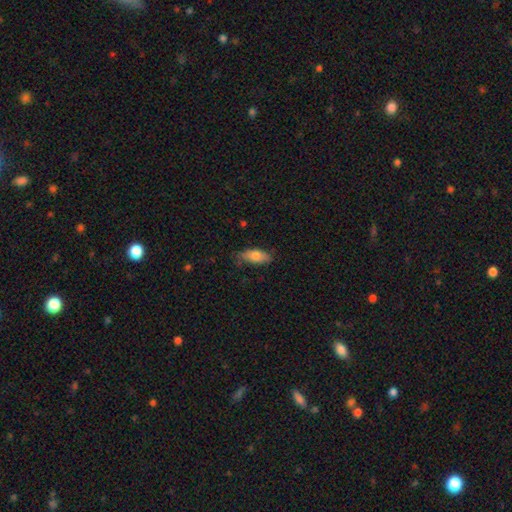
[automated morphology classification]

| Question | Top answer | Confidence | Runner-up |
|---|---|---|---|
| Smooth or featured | smooth | 75% | featured or disk (19%) |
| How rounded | in between | 79% | cigar-shaped (19%) |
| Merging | none | 72% | minor disturbance (22%) |